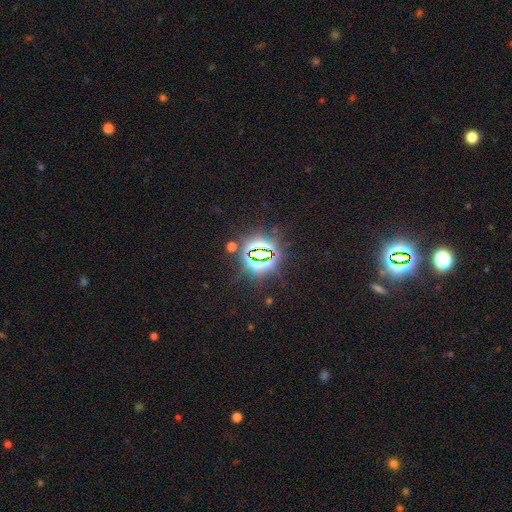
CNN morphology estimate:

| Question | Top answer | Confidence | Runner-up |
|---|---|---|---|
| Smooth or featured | star or artifact | 81% | smooth (11%) |